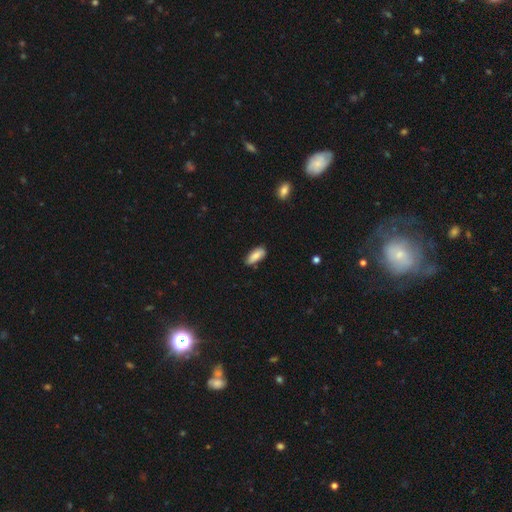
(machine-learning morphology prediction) Smooth or featured? Predicted: smooth (p=0.83). How rounded? Predicted: in between (p=0.82). Merging? Predicted: none (p=0.79).